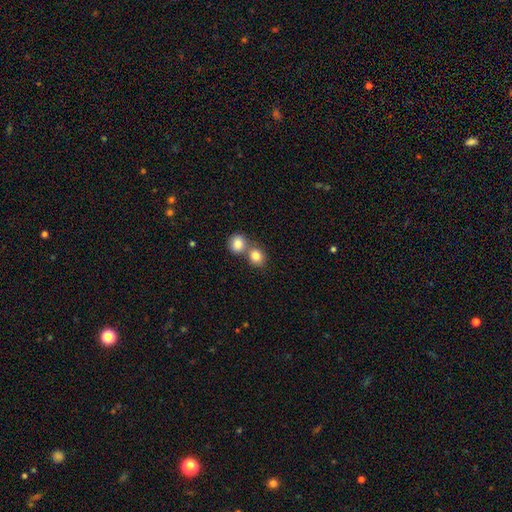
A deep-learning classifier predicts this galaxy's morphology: smooth_or_featured: smooth (p=0.83) [alt: star or artifact p=0.09]
how_rounded: round (p=0.74) [alt: in between p=0.25]
merging: merger (p=0.48) [alt: none p=0.43]